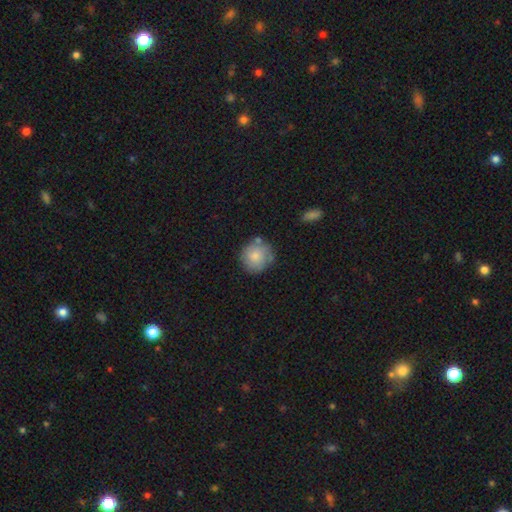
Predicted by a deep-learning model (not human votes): Overall: smooth (77%). How rounded: round (90%). Merging: none (69%).